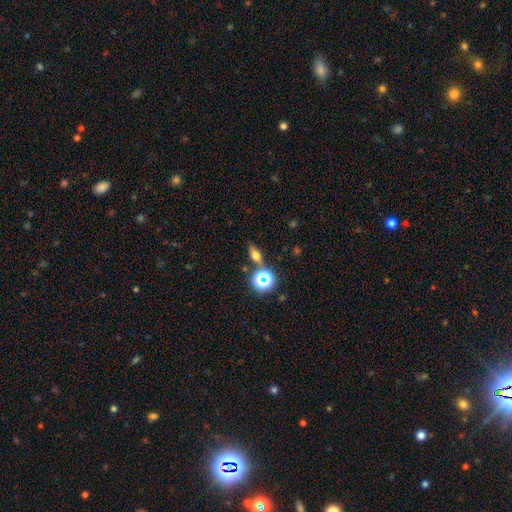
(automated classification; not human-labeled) Smooth or featured? smooth (51%)
How rounded? in between (56%)
Merging? none (76%)